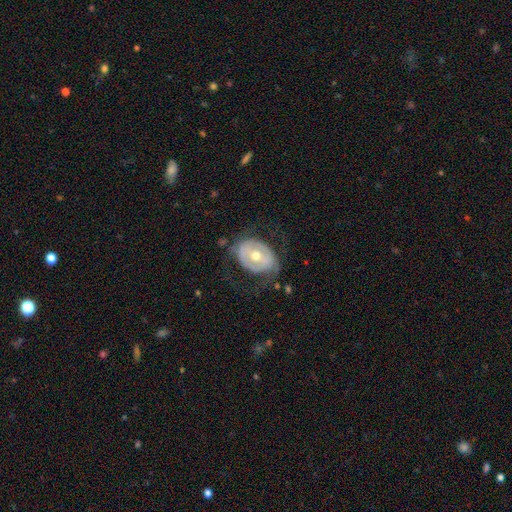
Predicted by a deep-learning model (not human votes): smooth_or_featured: featured or disk (p=0.63) [alt: smooth p=0.31]
disk_edge_on: no (p=0.94) [alt: yes p=0.06]
bar: no (p=0.53) [alt: weak p=0.29]
has_spiral_arms: no (p=0.59) [alt: yes p=0.41]
bulge_size: moderate (p=0.70) [alt: small p=0.24]
merging: none (p=0.58) [alt: minor disturbance p=0.22]